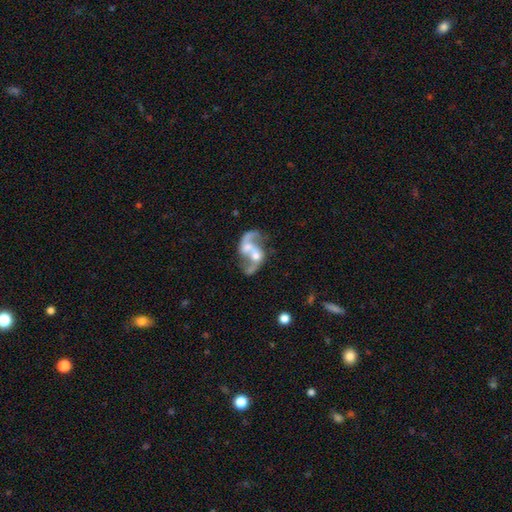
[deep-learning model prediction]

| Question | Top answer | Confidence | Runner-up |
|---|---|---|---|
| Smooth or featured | featured or disk | 77% | smooth (15%) |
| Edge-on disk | no | 97% | yes (3%) |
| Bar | no | 56% | weak (33%) |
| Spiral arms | yes | 80% | no (20%) |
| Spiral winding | loose | 72% | medium (24%) |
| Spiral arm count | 2 | 81% | 1 (10%) |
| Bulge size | moderate | 42% | small (30%) |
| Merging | merger | 48% | none (25%) |